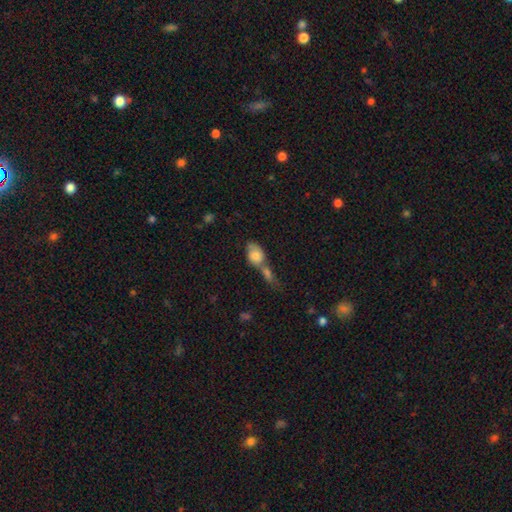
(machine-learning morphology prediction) smooth-or-featured: smooth: 77% | featured or disk: 15% | star or artifact: 7%
  how-rounded: in between: 74% | round: 23% | cigar-shaped: 3%
  merging: merger: 64% | none: 20% | minor disturbance: 9% | major disturbance: 7%